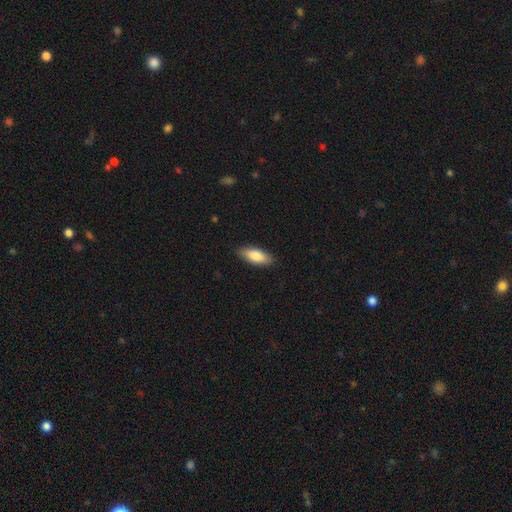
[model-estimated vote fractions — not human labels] This is clearly a smooth galaxy (83%). How rounded: likely in between (75%). Merging: clearly none (88%).